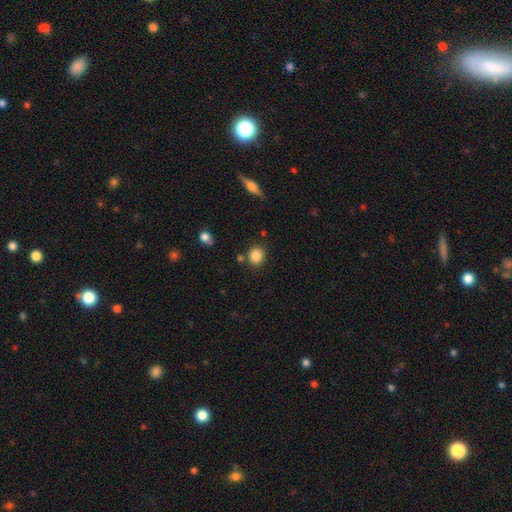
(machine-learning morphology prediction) Smooth or featured? Predicted: smooth (p=0.85). How rounded? Predicted: round (p=0.75). Merging? Predicted: none (p=0.81).